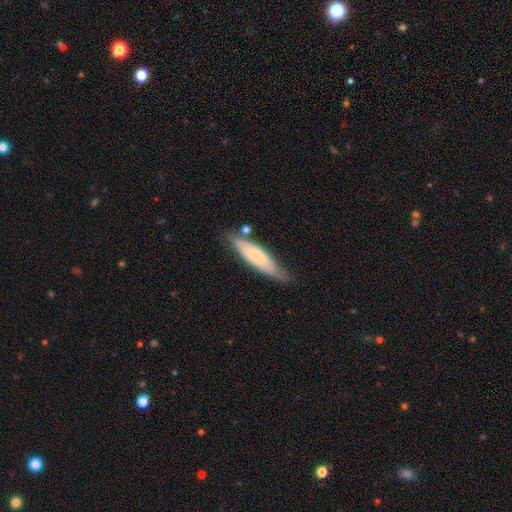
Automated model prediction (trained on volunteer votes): Overall: smooth (59%; featured or disk 35%). How rounded: cigar-shaped (69%; in between 29%). Merging: none (73%).